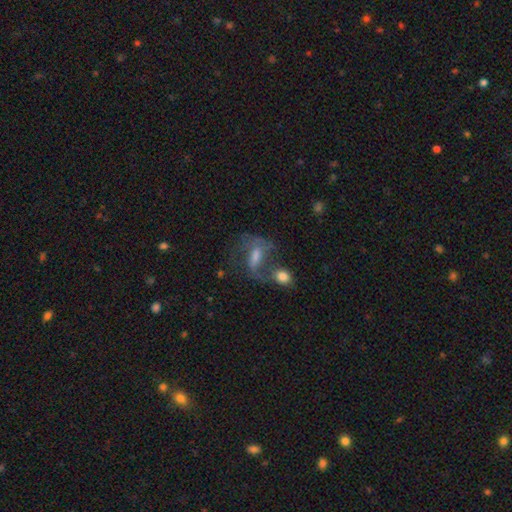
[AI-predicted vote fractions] smooth-or-featured: featured or disk: 54% | smooth: 31% | star or artifact: 14%
  disk-edge-on: no: 92% | yes: 8%
    bar: weak: 46% | no: 30% | strong: 24%
    has-spiral-arms: yes: 66% | no: 34%
    bulge-size: moderate: 44% | small: 27% | none: 14% | large: 13% | dominant: 2%
  merging: none: 34% | merger: 29% | major disturbance: 21% | minor disturbance: 16%